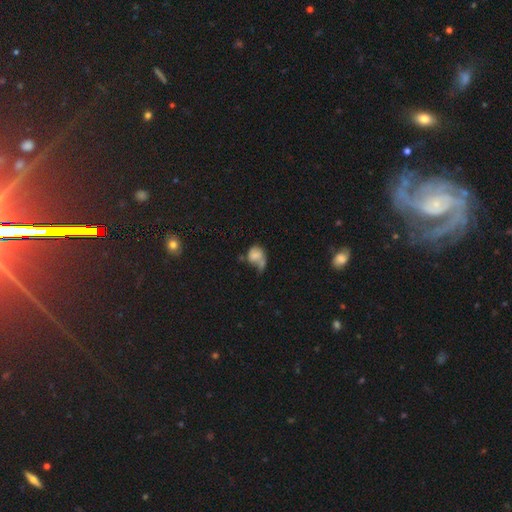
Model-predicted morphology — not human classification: Smooth or featured? smooth (59%)
How rounded? in between (54%)
Merging? major disturbance (34%)